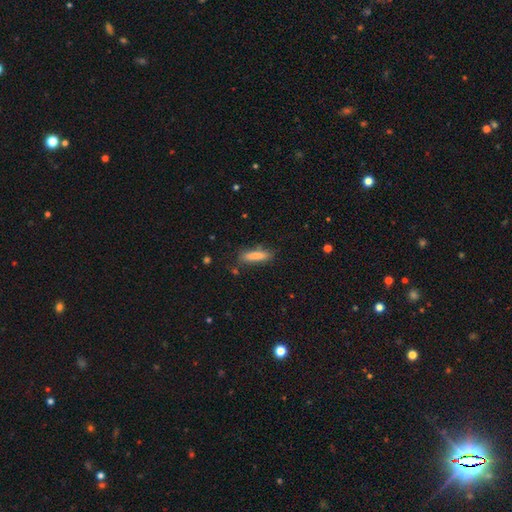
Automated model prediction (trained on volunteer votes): Morphology: type=smooth (82%); roundness=cigar-shaped (70%); merging=none (78%).